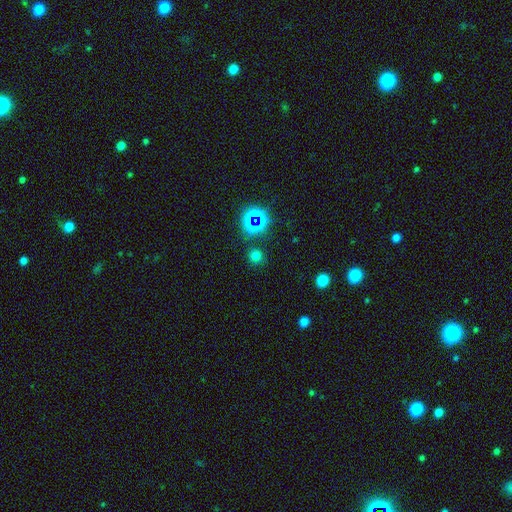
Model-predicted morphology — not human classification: Smooth or featured? smooth (66%)
How rounded? round (91%)
Merging? none (86%)